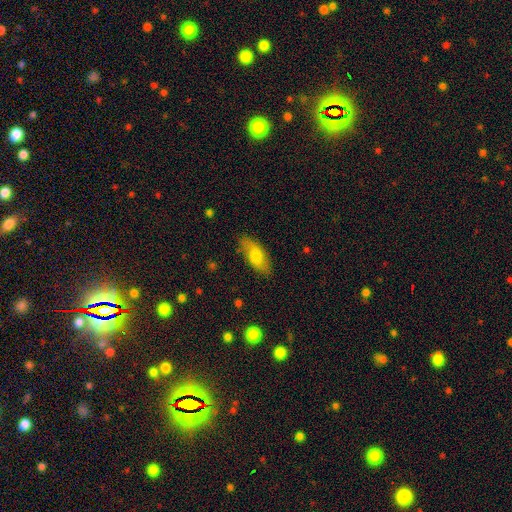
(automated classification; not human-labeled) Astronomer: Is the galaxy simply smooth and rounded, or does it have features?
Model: smooth — 68%.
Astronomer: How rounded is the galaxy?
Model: in between — 82%.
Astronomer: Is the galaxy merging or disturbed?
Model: none — 79%.